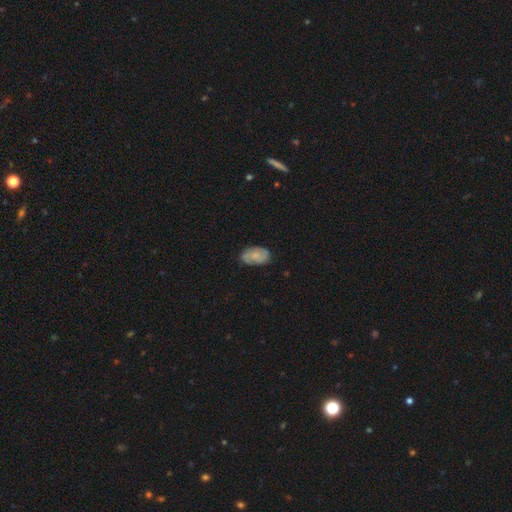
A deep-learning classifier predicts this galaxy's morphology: This appears to be a smooth galaxy with no disk features (52%) that is in between round and cigar-shaped (92%). Merging: none (76%).